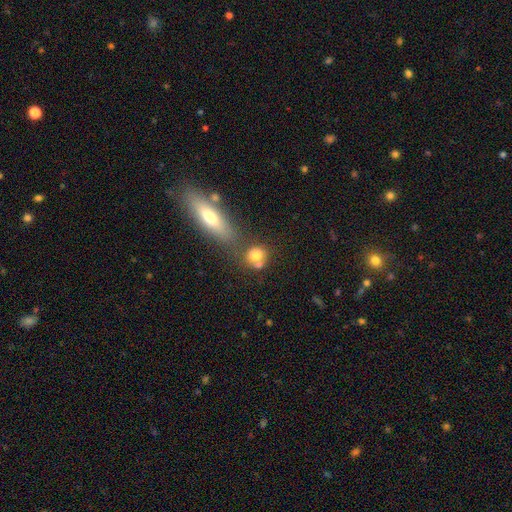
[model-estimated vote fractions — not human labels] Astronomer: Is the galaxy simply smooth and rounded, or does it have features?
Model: smooth — 75%.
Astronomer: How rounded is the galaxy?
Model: round — 70%.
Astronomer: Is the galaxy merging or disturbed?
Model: none — 46% (runner-up: merger, 35%).